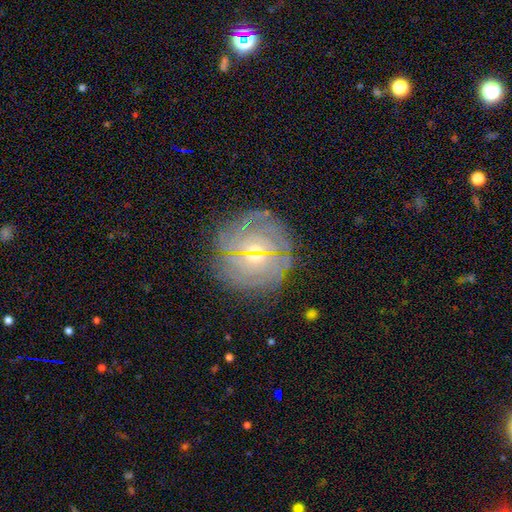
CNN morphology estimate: Smooth or featured: featured or disk — 57% (star or artifact — 22%)
Edge-on disk: no — 93% (yes — 7%)
Bar: weak — 47% (no — 34%)
Spiral arms: yes — 77% (no — 23%)
Bulge size: small — 60% (moderate — 32%)
Merging: none — 83% (minor disturbance — 11%)